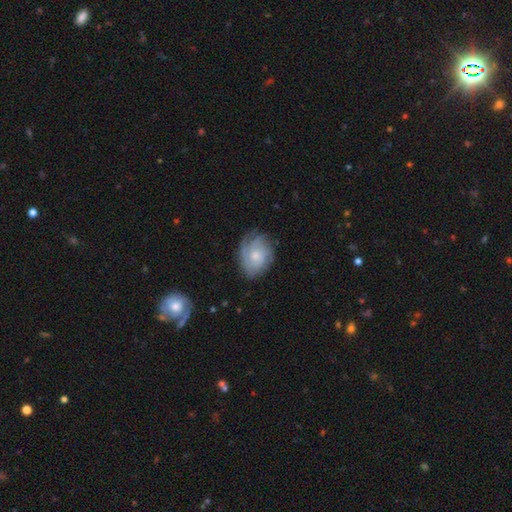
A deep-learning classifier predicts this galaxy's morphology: Smooth or featured?
  - featured or disk: 62% *
  - smooth: 32%
  - star or artifact: 7%
Edge-on disk?
  - no: 97% *
  - yes: 3%
Bar?
  - no: 78% *
  - weak: 20%
  - strong: 2%
Spiral arms?
  - yes: 88% *
  - no: 12%
Spiral winding?
  - tight: 59% *
  - medium: 30%
  - loose: 11%
Spiral arm count?
  - can't tell: 43% *
  - 3: 19%
  - 2: 18%
  - 4: 8%
  - 1: 7%
  - more than 4: 5%
Bulge size?
  - small: 51% *
  - moderate: 41%
  - none: 4%
  - large: 3%
  - dominant: 1%
Merging?
  - none: 69% *
  - minor disturbance: 22%
  - major disturbance: 8%
  - merger: 1%